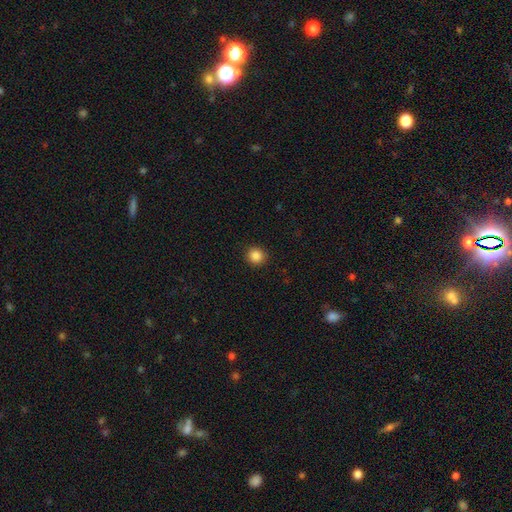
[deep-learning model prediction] A smooth galaxy with no disk features (86%) that is round (93%).

Vote fractions:
- Smooth or featured? smooth: 86% / star or artifact: 10% / featured or disk: 3%
- How rounded? round: 93% / in between: 6% / cigar-shaped: 1%
- Merging? none: 93% / minor disturbance: 5% / major disturbance: 2% / merger: 1%